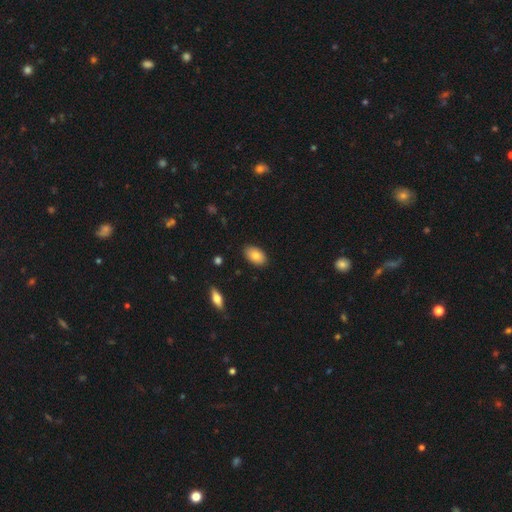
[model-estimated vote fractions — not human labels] This is clearly a smooth galaxy (82%). How rounded: clearly in between (93%). Merging: clearly none (87%).